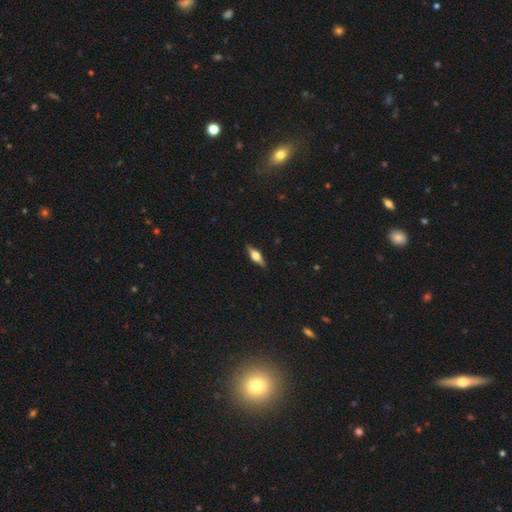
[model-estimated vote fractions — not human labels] Smooth or featured?
  - featured or disk: 65% *
  - smooth: 29%
  - star or artifact: 6%
Edge-on disk?
  - yes: 96% *
  - no: 4%
Edge-on bulge?
  - rounded: 93% *
  - boxy: 5%
  - none: 2%
Merging?
  - none: 89% *
  - minor disturbance: 8%
  - major disturbance: 2%
  - merger: 1%